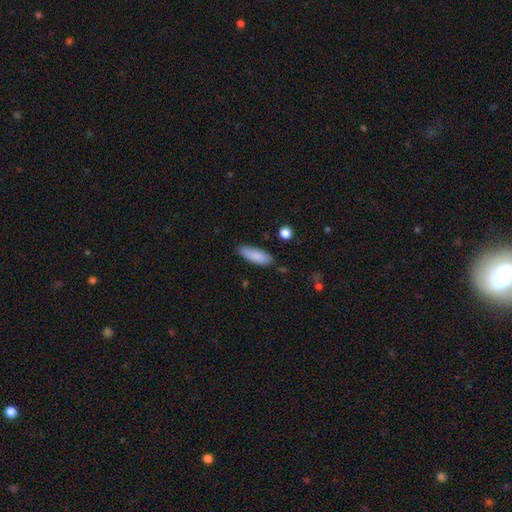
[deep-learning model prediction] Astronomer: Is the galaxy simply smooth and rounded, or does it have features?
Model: smooth — 87%.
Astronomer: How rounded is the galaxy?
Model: in between — 59% (runner-up: cigar-shaped, 39%).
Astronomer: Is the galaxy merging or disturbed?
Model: none — 81%.